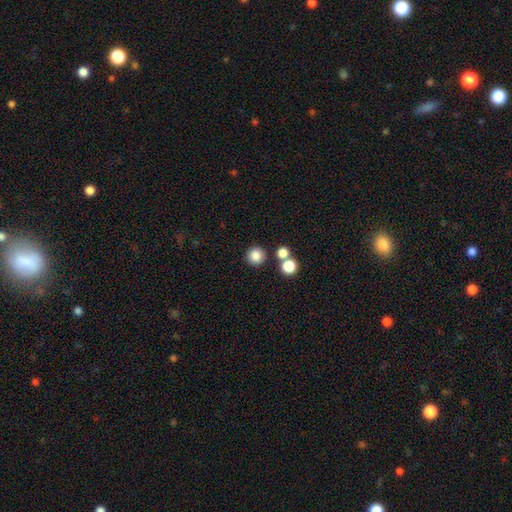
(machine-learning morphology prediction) smooth-or-featured: smooth: 84% | star or artifact: 11% | featured or disk: 5%
  how-rounded: round: 95% | in between: 4% | cigar-shaped: 1%
  merging: none: 82% | merger: 10% | minor disturbance: 6% | major disturbance: 2%